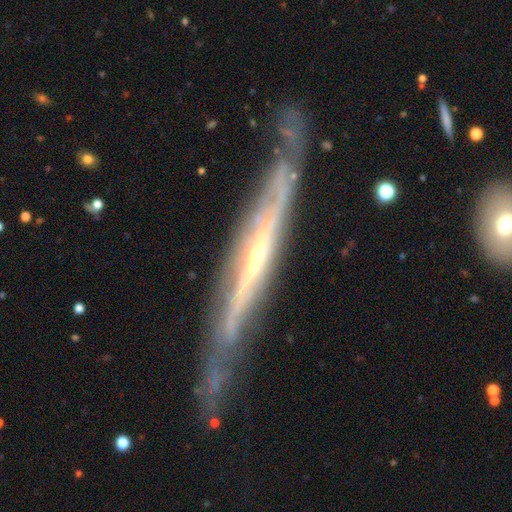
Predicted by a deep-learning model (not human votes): smooth-or-featured: featured or disk: 86% | smooth: 9% | star or artifact: 6%
  disk-edge-on: yes: 75% | no: 25%
    edge-on-bulge: none: 48% | rounded: 46% | boxy: 6%
  merging: none: 63% | minor disturbance: 24% | major disturbance: 9% | merger: 3%